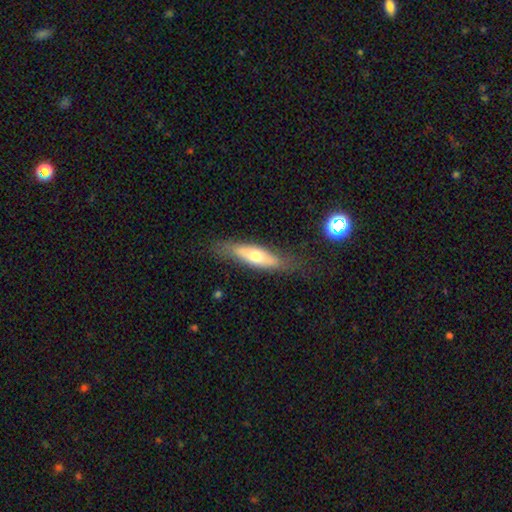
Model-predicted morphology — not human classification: Smooth or featured: smooth — 54% (featured or disk — 40%)
How rounded: cigar-shaped — 59% (in between — 39%)
Merging: none — 73% (minor disturbance — 18%)